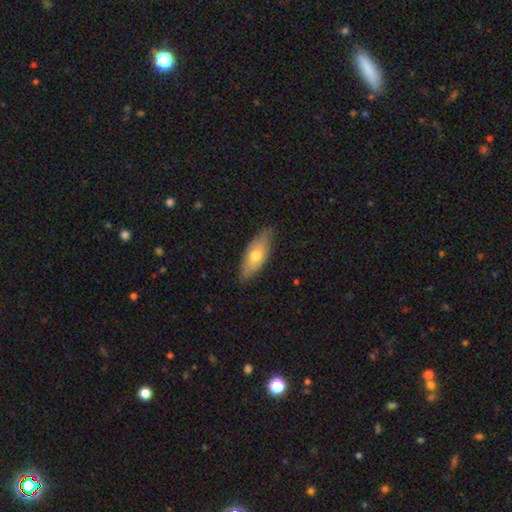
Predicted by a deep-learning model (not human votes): This appears to be a smooth galaxy with no disk features (60%) that is in between round and cigar-shaped (72%). Merging: none (82%).